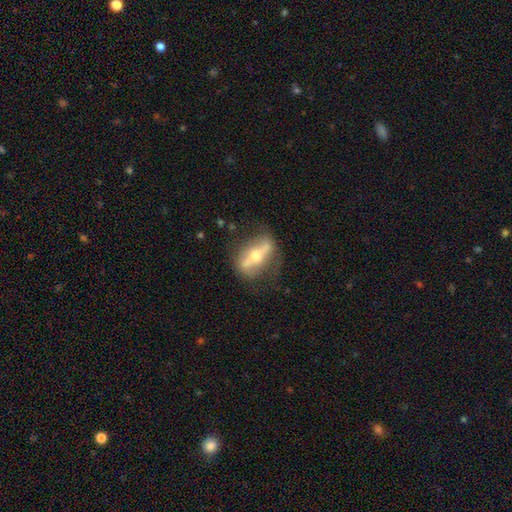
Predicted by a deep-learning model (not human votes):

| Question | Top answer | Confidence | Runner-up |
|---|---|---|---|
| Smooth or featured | featured or disk | 73% | smooth (21%) |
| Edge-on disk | yes | 50% | tied: no (50%) |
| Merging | none | 70% | minor disturbance (17%) |